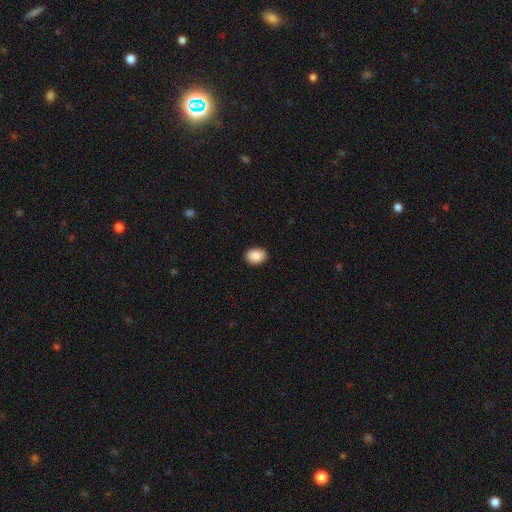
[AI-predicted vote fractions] A smooth galaxy with no disk features (90%) that is in between round and cigar-shaped (70%). Merging: none (90%).